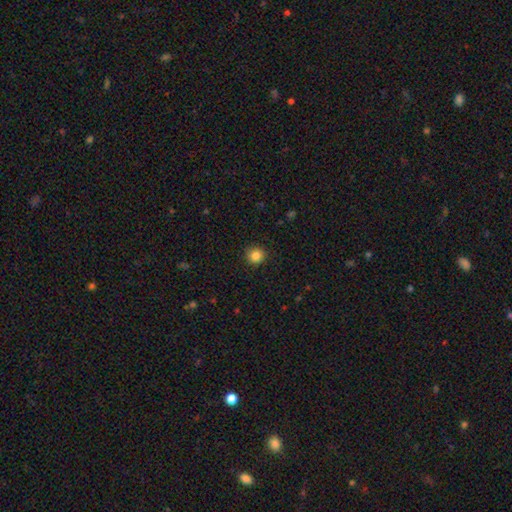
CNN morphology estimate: Overall: smooth (85%). How rounded: round (93%). Merging: none (90%).